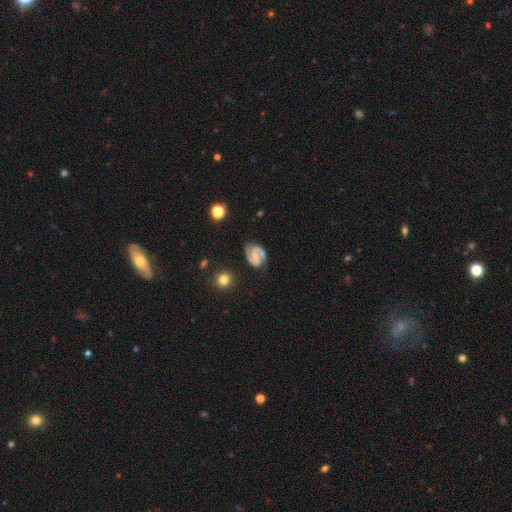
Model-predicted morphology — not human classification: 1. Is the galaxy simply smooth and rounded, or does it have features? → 80% featured or disk, 13% smooth, 7% star or artifact.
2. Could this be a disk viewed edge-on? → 98% no, 2% yes.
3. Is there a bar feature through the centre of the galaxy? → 44% no, 43% weak, 13% strong.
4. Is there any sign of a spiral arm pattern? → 94% yes, 6% no.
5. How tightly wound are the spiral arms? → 50% medium, 34% tight, 16% loose.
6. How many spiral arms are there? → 86% 2, 6% can't tell, 3% 3, 3% 1, 1% 4, 1% more than 4.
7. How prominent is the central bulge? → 54% small, 31% moderate, 11% none, 2% large, 1% dominant.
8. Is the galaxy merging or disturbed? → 67% none, 20% minor disturbance, 8% major disturbance, 5% merger.